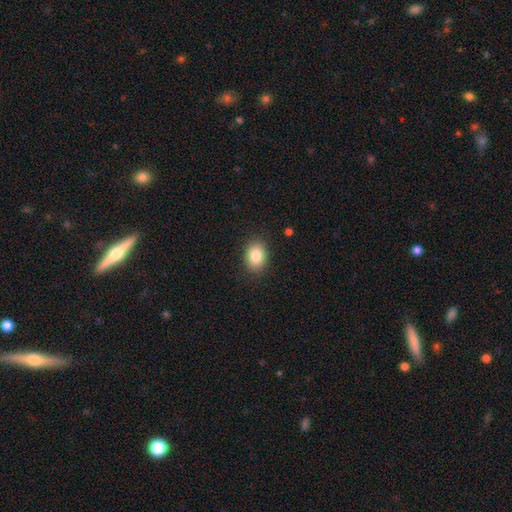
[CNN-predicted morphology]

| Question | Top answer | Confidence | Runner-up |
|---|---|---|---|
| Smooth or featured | smooth | 85% | star or artifact (9%) |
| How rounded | in between | 67% | round (32%) |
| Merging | none | 87% | minor disturbance (10%) |